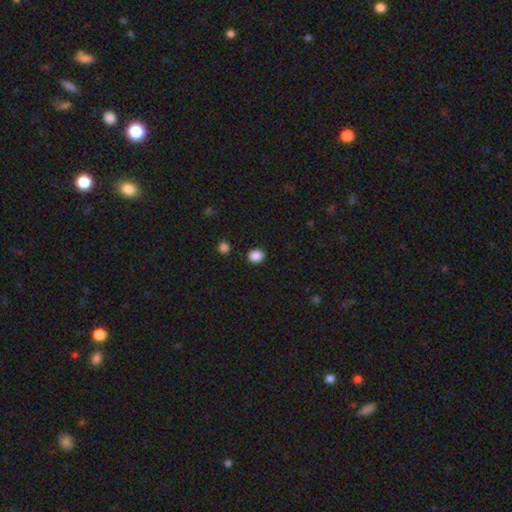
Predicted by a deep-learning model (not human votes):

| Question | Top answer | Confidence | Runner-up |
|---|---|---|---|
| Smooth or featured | smooth | 88% | star or artifact (10%) |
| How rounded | round | 60% | in between (39%) |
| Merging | none | 88% | minor disturbance (7%) |